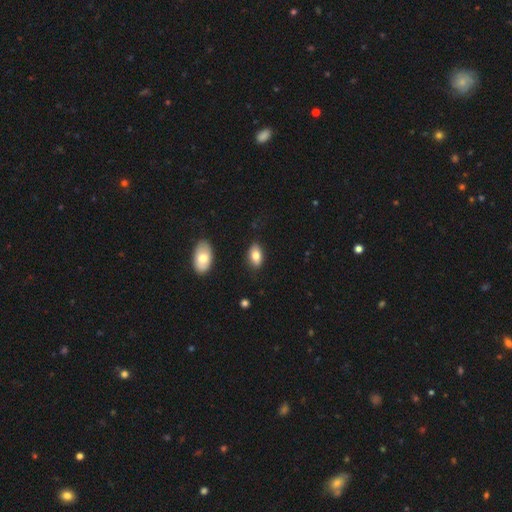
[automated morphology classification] smooth 80%, featured or disk 13%, star or artifact 7%. Down the decision tree: how rounded — in between (93%); merging — none (85%).